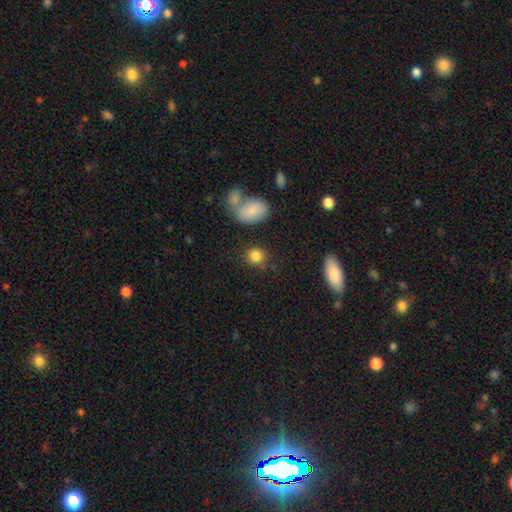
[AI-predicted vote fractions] Q: Smooth or featured?
A: smooth (84%); runner-up: star or artifact (10%)
Q: How rounded?
A: round (76%); runner-up: in between (23%)
Q: Merging?
A: none (69%); runner-up: minor disturbance (15%)